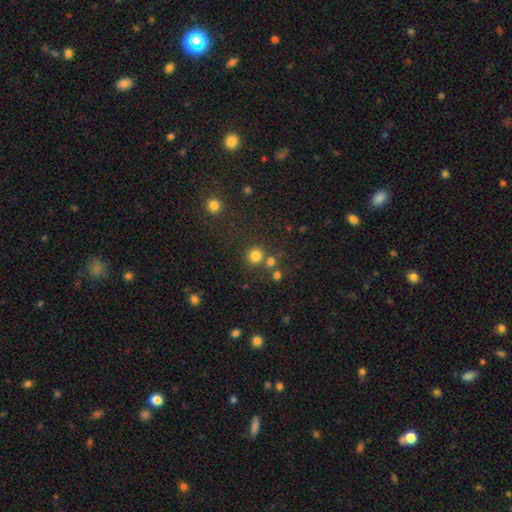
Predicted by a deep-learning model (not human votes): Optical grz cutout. It shows a smooth galaxy with no disk features (79%) that is round (90%). Merging: none (73%).